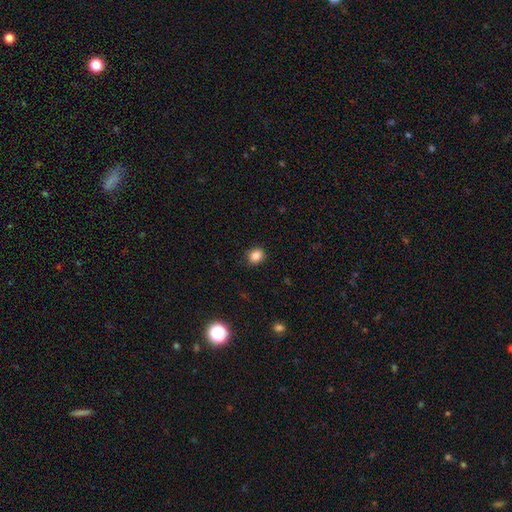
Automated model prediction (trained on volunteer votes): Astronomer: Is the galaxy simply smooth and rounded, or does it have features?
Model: smooth — 86%.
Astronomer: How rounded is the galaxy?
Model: round — 63%.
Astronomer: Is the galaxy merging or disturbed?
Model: none — 88%.